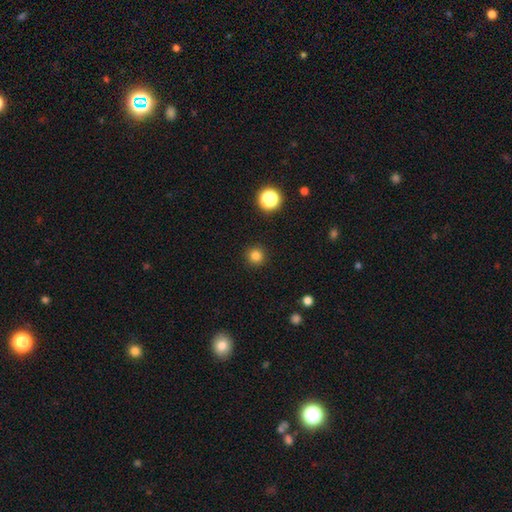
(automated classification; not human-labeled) Smooth or featured? Predicted: smooth (p=0.82). How rounded? Predicted: round (p=0.95). Merging? Predicted: none (p=0.92).